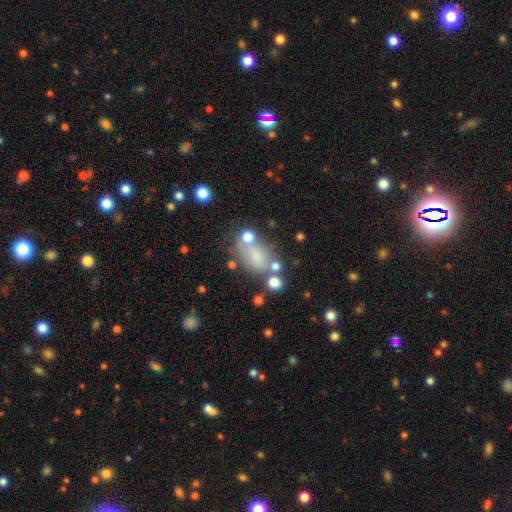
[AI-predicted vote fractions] A smooth galaxy with no disk features (61%) that is in between round and cigar-shaped (76%).

Vote fractions:
- Smooth or featured? smooth: 61% / featured or disk: 22% / star or artifact: 17%
- How rounded? in between: 76% / round: 21% / cigar-shaped: 3%
- Merging? none: 42% / merger: 22% / minor disturbance: 19% / major disturbance: 16%